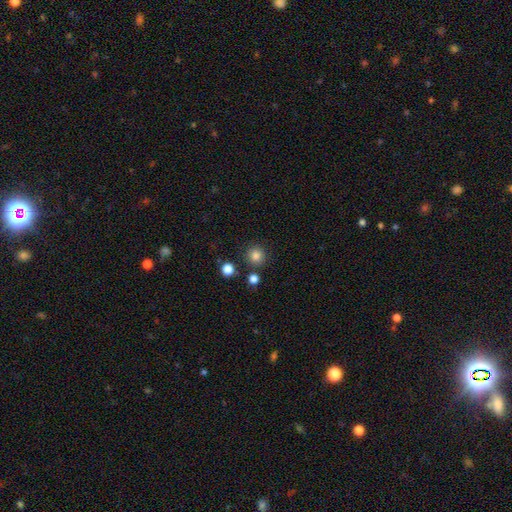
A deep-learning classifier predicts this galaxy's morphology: This is clearly a smooth galaxy (83%). How rounded: clearly round (93%). Merging: clearly none (87%).